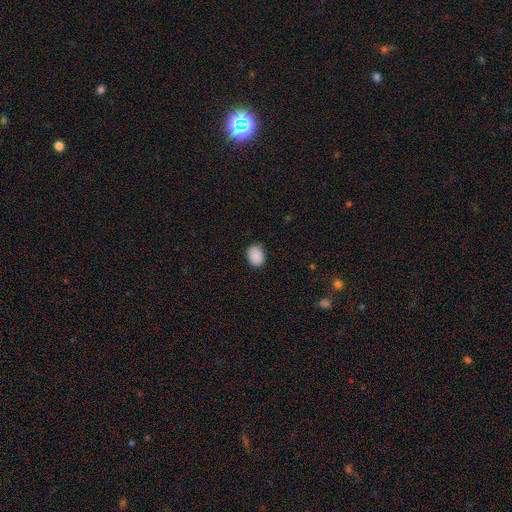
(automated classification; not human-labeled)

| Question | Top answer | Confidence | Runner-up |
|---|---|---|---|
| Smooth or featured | smooth | 90% | star or artifact (8%) |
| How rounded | in between | 65% | round (34%) |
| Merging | none | 86% | minor disturbance (10%) |